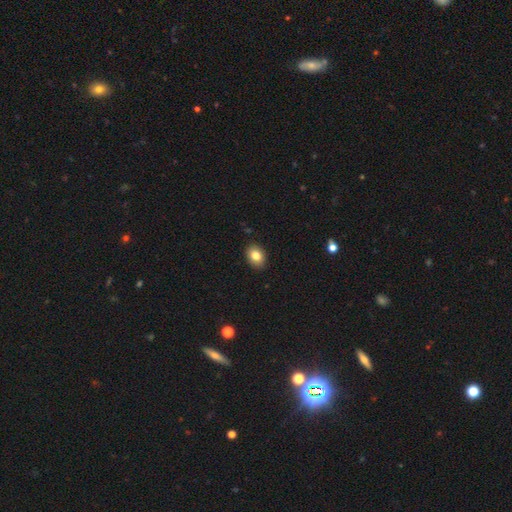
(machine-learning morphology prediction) Smooth or featured?
  - smooth: 83% *
  - star or artifact: 9%
  - featured or disk: 8%
How rounded?
  - in between: 70% *
  - round: 29%
  - cigar-shaped: 1%
Merging?
  - none: 90% *
  - minor disturbance: 8%
  - major disturbance: 2%
  - merger: 1%